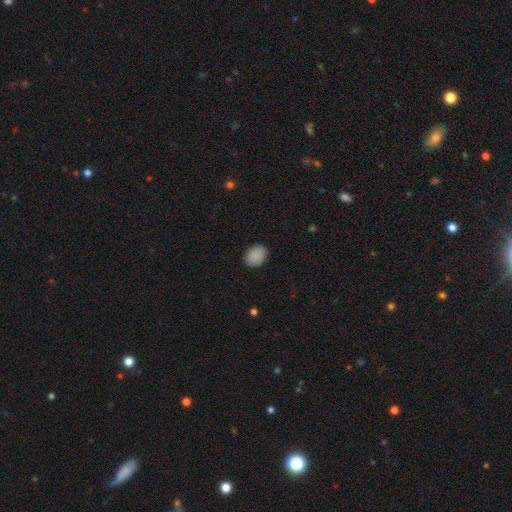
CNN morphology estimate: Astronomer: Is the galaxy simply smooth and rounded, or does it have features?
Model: smooth — 89%.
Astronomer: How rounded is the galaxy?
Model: in between — 69%.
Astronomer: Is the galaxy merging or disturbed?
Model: none — 87%.